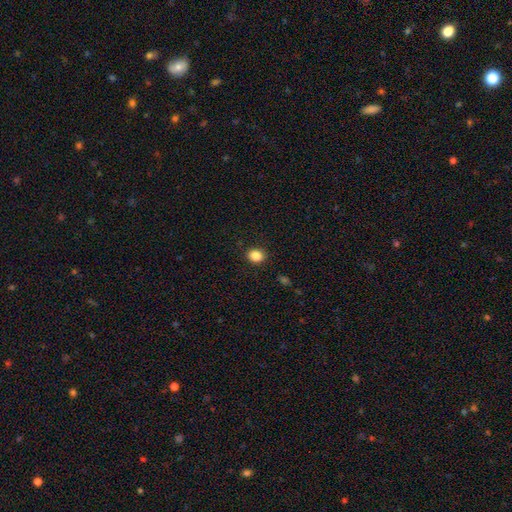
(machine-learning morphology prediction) Smooth or featured? smooth (87%)
How rounded? round (54%)
Merging? none (90%)